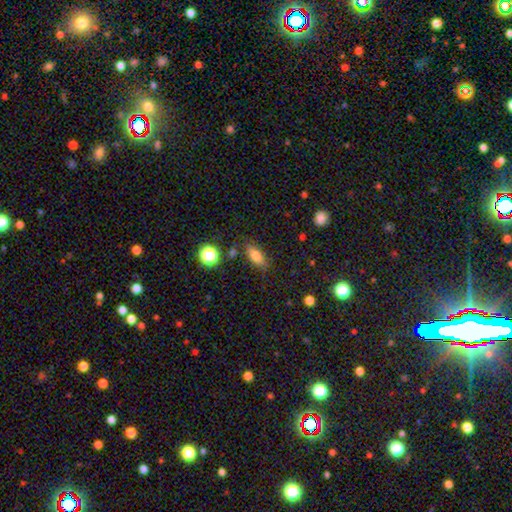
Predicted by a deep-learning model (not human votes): Smooth or featured? Predicted: smooth (p=0.77). How rounded? Predicted: in between (p=0.77). Merging? Predicted: none (p=0.79).